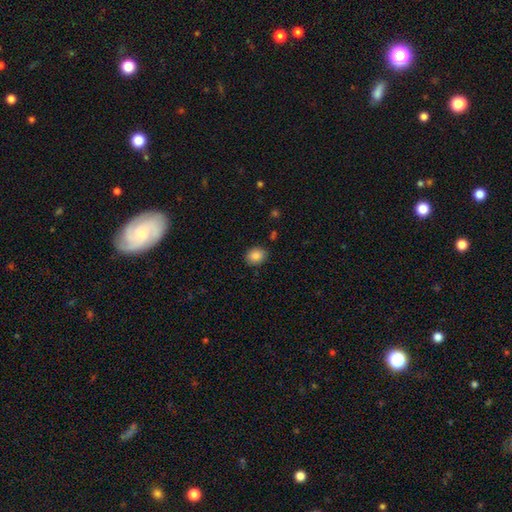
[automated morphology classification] The model was most divided on "how rounded": round: 50%, in between: 49%, cigar-shaped: 1%. More confident: smooth or featured — smooth (87%); merging — none (86%).